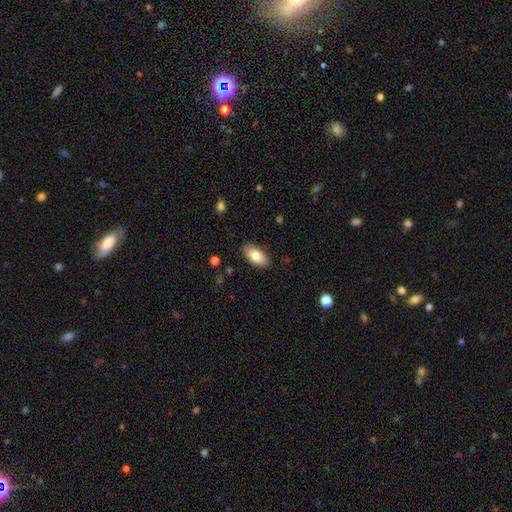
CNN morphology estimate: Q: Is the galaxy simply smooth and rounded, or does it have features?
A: smooth — 81%.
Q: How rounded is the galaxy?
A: in between — 93%.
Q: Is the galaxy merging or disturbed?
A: none — 87%.